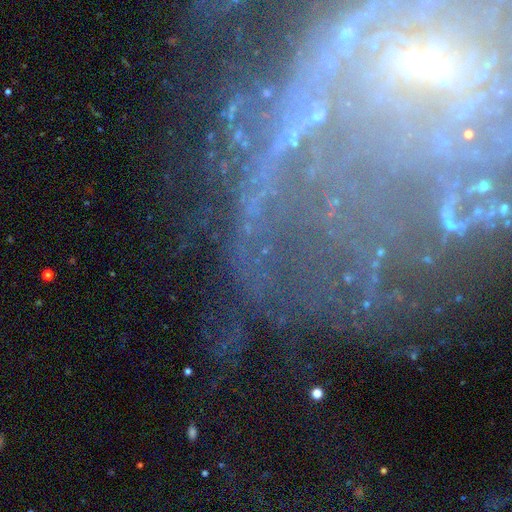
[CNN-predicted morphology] Smooth or featured? featured or disk (45%)
Merging? none (67%)